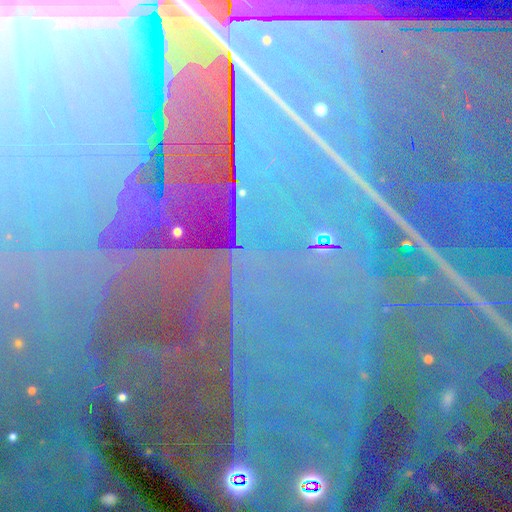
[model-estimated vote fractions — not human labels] smooth-or-featured: star or artifact: 89% | featured or disk: 7% | smooth: 5%